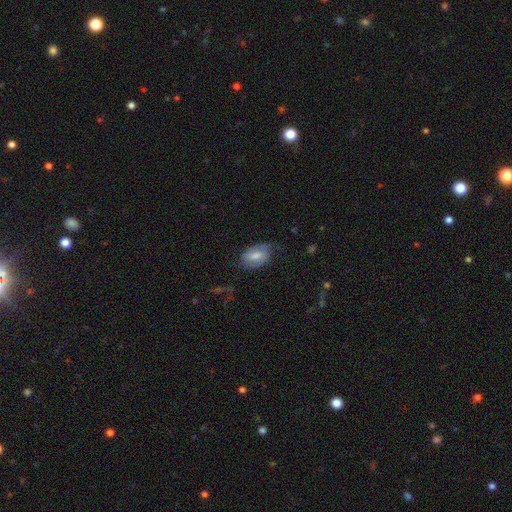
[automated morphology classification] Smooth or featured: featured or disk — 47% (smooth — 44%)
Merging: none — 61% (minor disturbance — 24%)